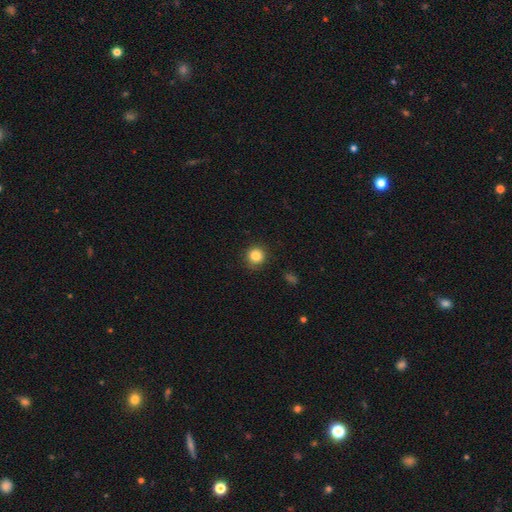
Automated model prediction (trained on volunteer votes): Smooth or featured?
  - smooth: 84% *
  - star or artifact: 11%
  - featured or disk: 5%
How rounded?
  - round: 93% *
  - in between: 6%
  - cigar-shaped: 1%
Merging?
  - none: 89% *
  - minor disturbance: 7%
  - major disturbance: 2%
  - merger: 1%